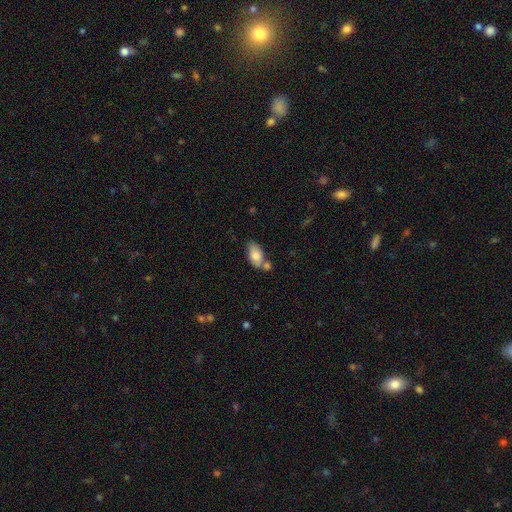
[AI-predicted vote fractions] Smooth or featured? smooth (79%)
How rounded? in between (92%)
Merging? none (50%)